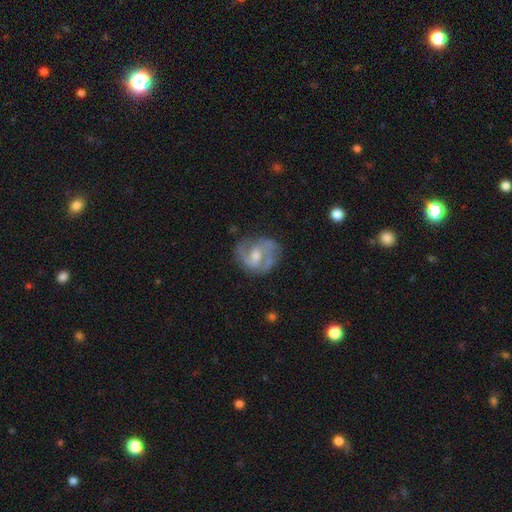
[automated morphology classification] Smooth or featured?
  - featured or disk: 81% *
  - smooth: 13%
  - star or artifact: 6%
Edge-on disk?
  - no: 98% *
  - yes: 2%
Bar?
  - weak: 49% *
  - no: 37%
  - strong: 14%
Spiral arms?
  - yes: 93% *
  - no: 7%
Spiral winding?
  - medium: 53% *
  - tight: 26%
  - loose: 21%
Spiral arm count?
  - 2: 67% *
  - 3: 15%
  - can't tell: 11%
  - 1: 3%
  - 4: 2%
  - more than 4: 2%
Bulge size?
  - moderate: 50% *
  - small: 43%
  - none: 3%
  - large: 2%
  - dominant: 1%
Merging?
  - none: 67% *
  - minor disturbance: 21%
  - major disturbance: 10%
  - merger: 2%